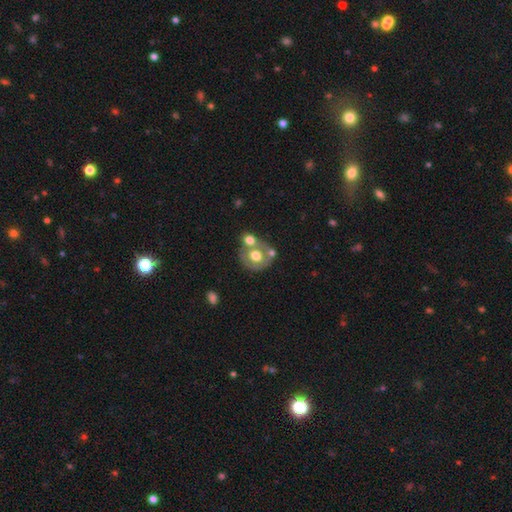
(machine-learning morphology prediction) smooth-or-featured: smooth: 50% | featured or disk: 42% | star or artifact: 8%
  how-rounded: round: 72% | in between: 28% | cigar-shaped: 1%
  merging: none: 45% | merger: 35% | minor disturbance: 13% | major disturbance: 7%